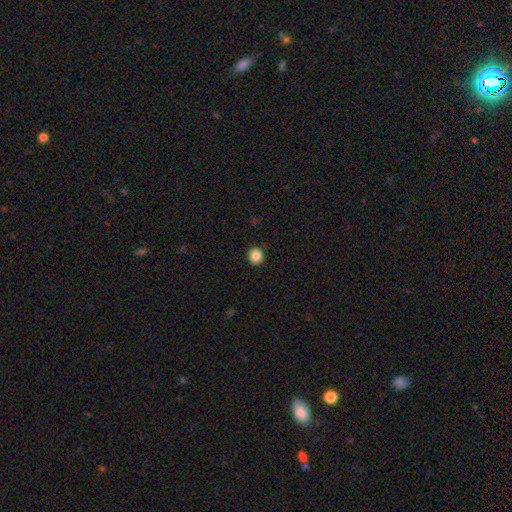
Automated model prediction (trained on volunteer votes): A smooth galaxy with no disk features (87%) that is round (86%). Merging: none (92%).